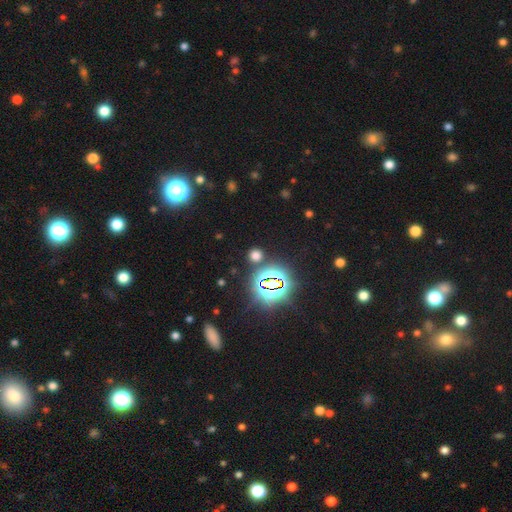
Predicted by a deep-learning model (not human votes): Morphology: type=smooth (54%); roundness=round (84%); merging=none (84%).